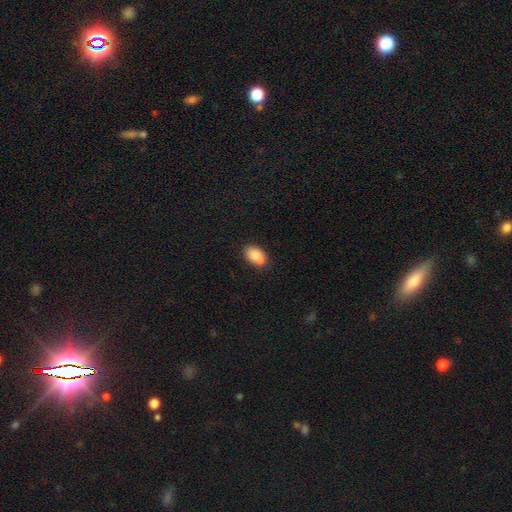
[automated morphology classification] smooth-or-featured: smooth: 83% | featured or disk: 9% | star or artifact: 8%
  how-rounded: in between: 86% | round: 12% | cigar-shaped: 1%
  merging: none: 67% | minor disturbance: 19% | merger: 11% | major disturbance: 4%